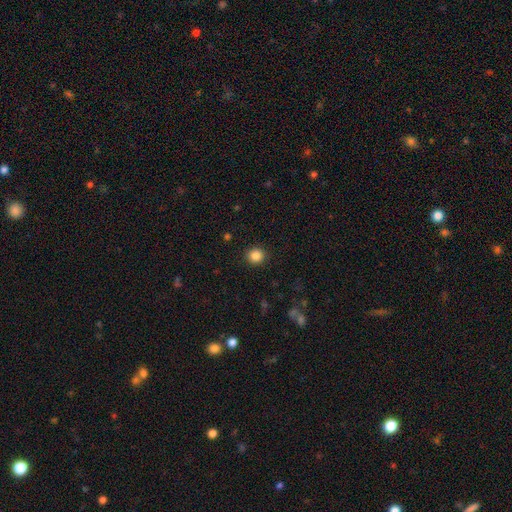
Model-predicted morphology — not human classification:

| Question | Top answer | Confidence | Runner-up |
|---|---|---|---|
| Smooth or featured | smooth | 85% | star or artifact (11%) |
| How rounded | round | 90% | in between (9%) |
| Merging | none | 92% | minor disturbance (5%) |